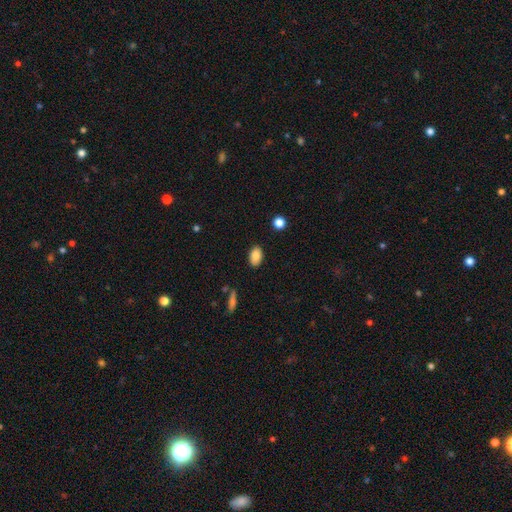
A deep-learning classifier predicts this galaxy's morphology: smooth 85%, star or artifact 8%, featured or disk 7%. Down the decision tree: how rounded — in between (90%); merging — none (87%).